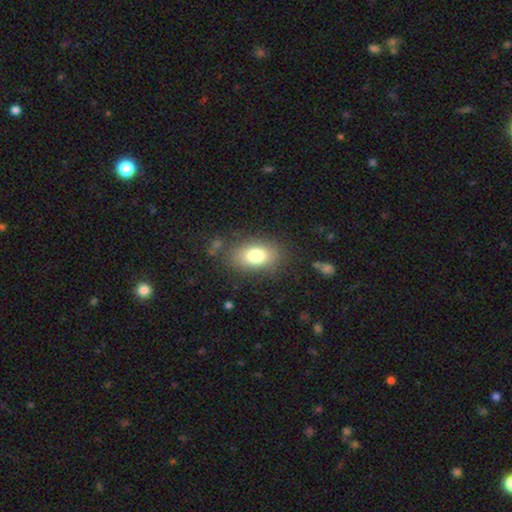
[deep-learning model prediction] Smooth or featured: smooth — 78% (featured or disk — 13%)
How rounded: in between — 85% (round — 13%)
Merging: none — 79% (minor disturbance — 13%)